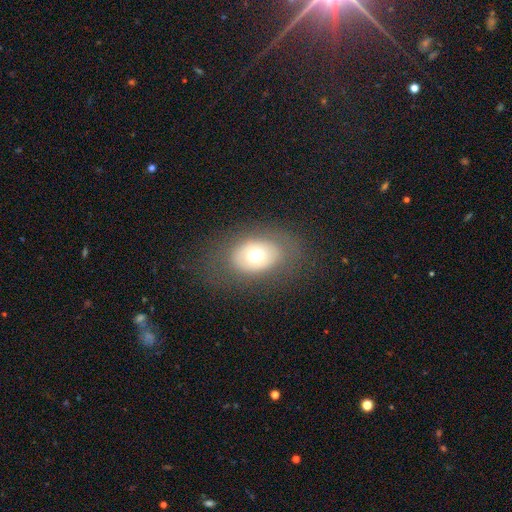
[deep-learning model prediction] The model was most divided on "smooth or featured": smooth: 58%, featured or disk: 30%, star or artifact: 12%. More confident: merging — none (77%); how rounded — in between (75%).